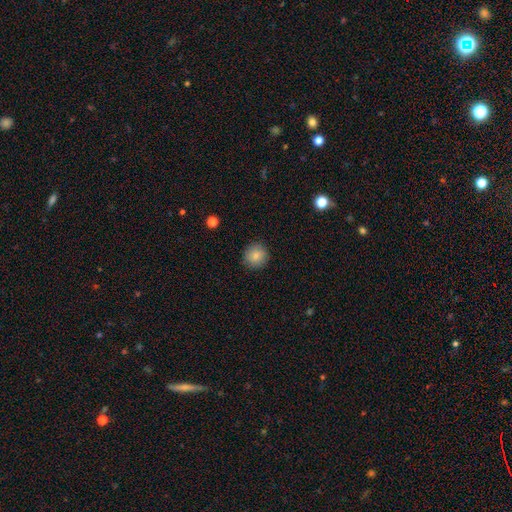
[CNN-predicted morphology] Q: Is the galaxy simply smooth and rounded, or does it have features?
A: smooth — 83%.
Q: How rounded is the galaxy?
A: round — 93%.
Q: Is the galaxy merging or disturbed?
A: none — 90%.